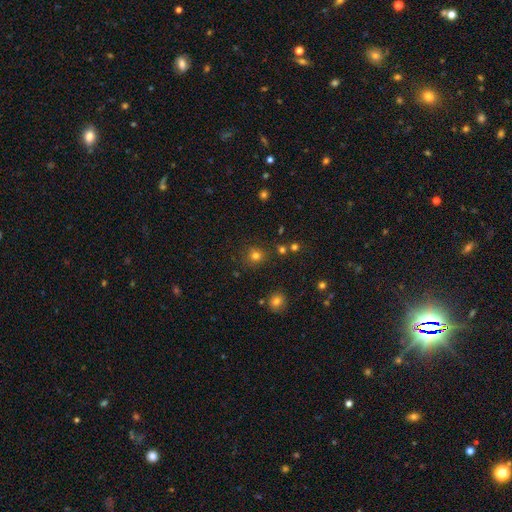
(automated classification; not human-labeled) Smooth or featured?
  - smooth: 76% *
  - star or artifact: 18%
  - featured or disk: 6%
How rounded?
  - round: 89% *
  - in between: 10%
  - cigar-shaped: 1%
Merging?
  - none: 82% *
  - minor disturbance: 10%
  - merger: 4%
  - major disturbance: 4%